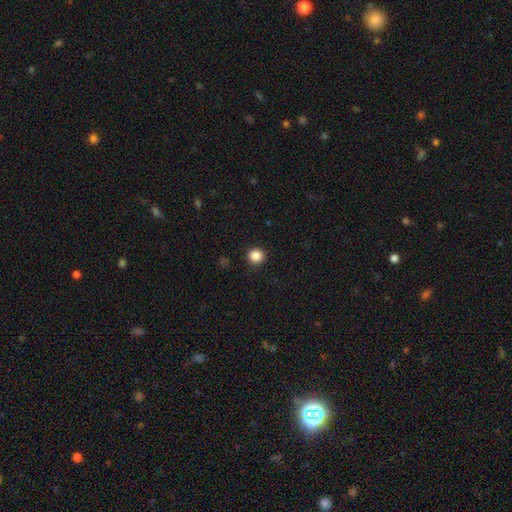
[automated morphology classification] Smooth or featured?
  - smooth: 86% *
  - star or artifact: 11%
  - featured or disk: 3%
How rounded?
  - round: 95% *
  - in between: 4%
  - cigar-shaped: 1%
Merging?
  - none: 93% *
  - minor disturbance: 4%
  - major disturbance: 2%
  - merger: 1%